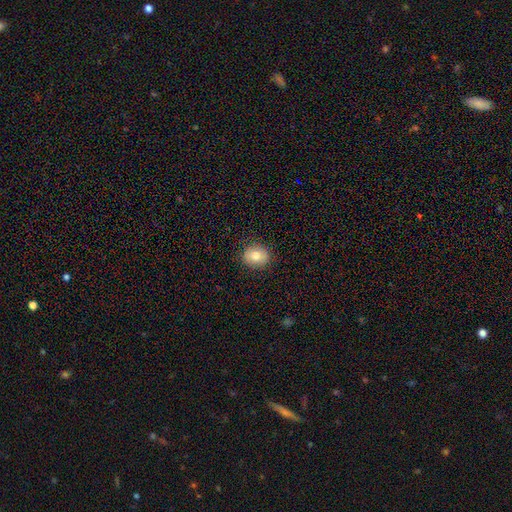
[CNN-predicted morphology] This is likely a smooth galaxy (80%). How rounded: possibly round (54%). Merging: clearly none (88%).